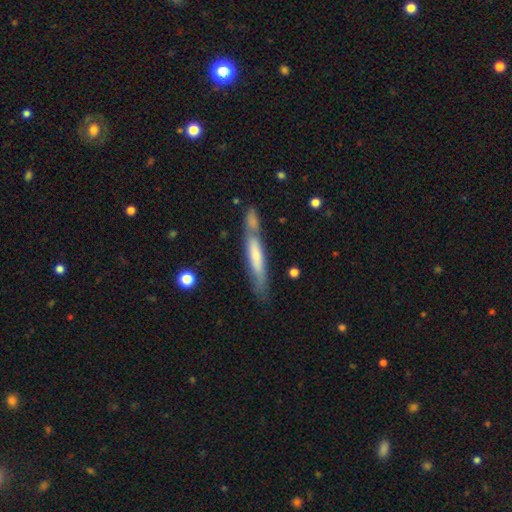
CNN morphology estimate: Smooth or featured?
  - smooth: 55% *
  - featured or disk: 39%
  - star or artifact: 6%
How rounded?
  - cigar-shaped: 90% *
  - in between: 9%
  - round: 1%
Merging?
  - none: 56% *
  - merger: 23%
  - minor disturbance: 16%
  - major disturbance: 5%